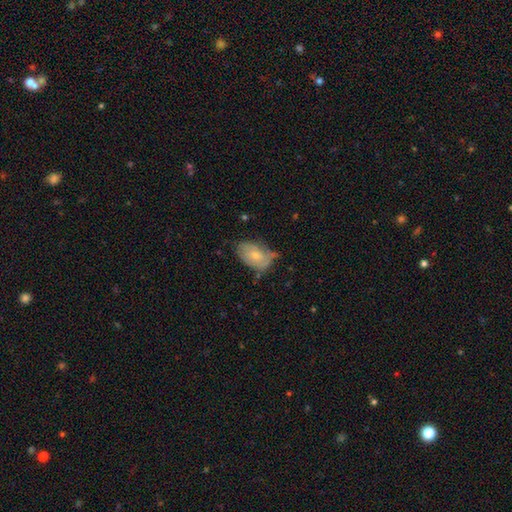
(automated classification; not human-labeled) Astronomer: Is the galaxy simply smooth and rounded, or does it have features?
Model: smooth — 49% (runner-up: featured or disk, 44%).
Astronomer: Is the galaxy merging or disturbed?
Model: none — 47% (runner-up: minor disturbance, 37%).